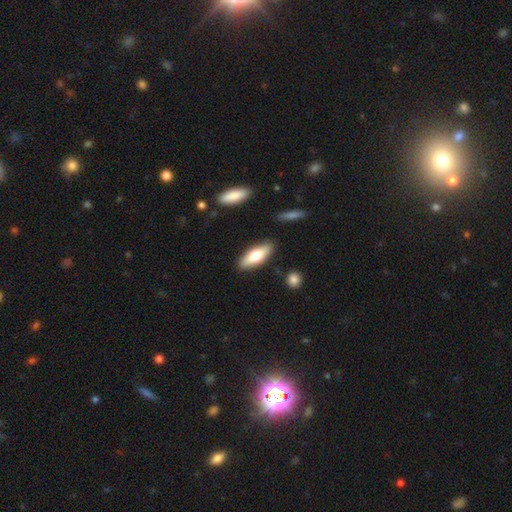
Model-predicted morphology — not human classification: smooth-or-featured: smooth: 70% | featured or disk: 24% | star or artifact: 6%
  how-rounded: in between: 66% | cigar-shaped: 32% | round: 2%
  merging: none: 86% | minor disturbance: 10% | merger: 2% | major disturbance: 2%